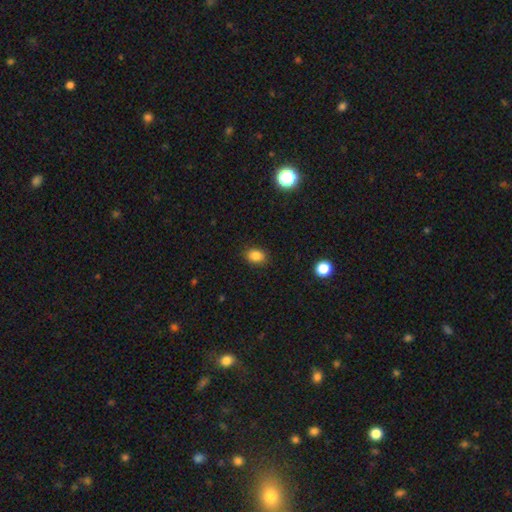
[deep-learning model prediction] smooth 85%, star or artifact 10%, featured or disk 4%. Down the decision tree: how rounded — in between (72%); merging — none (87%).